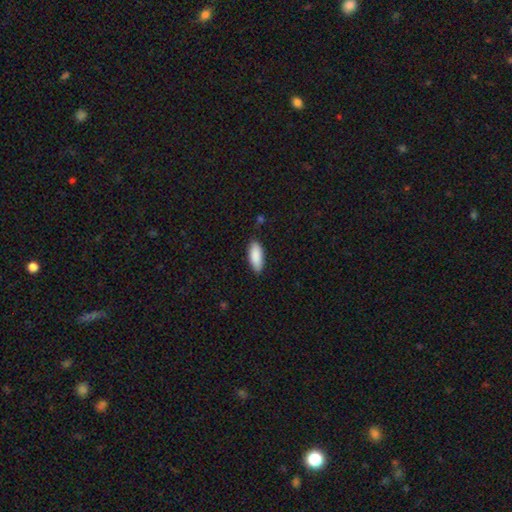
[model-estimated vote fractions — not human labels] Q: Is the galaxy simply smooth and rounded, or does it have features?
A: smooth — 89%.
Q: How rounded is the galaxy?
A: in between — 79%.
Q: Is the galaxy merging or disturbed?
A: none — 84%.